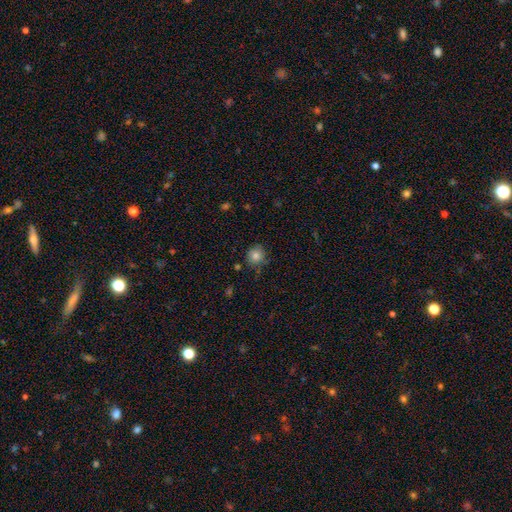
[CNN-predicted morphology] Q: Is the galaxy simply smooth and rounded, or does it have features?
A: smooth — 82%.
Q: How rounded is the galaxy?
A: round — 89%.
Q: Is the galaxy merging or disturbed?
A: none — 79%.